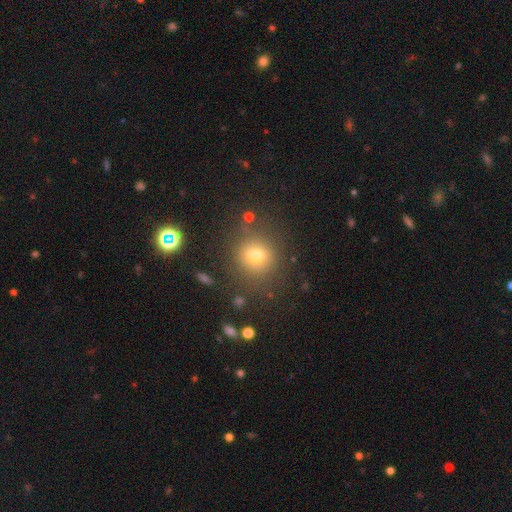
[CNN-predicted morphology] smooth_or_featured: smooth (p=0.71) [alt: star or artifact p=0.17]
how_rounded: round (p=0.85) [alt: in between p=0.14]
merging: none (p=0.81) [alt: minor disturbance p=0.11]